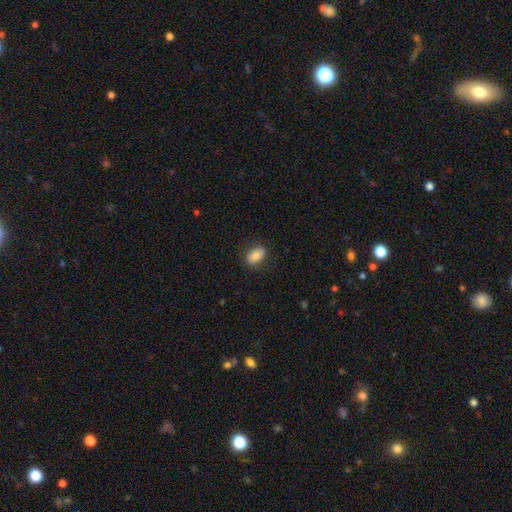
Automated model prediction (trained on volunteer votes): Smooth or featured? Predicted: smooth (p=0.82). How rounded? Predicted: in between (p=0.87). Merging? Predicted: none (p=0.79).